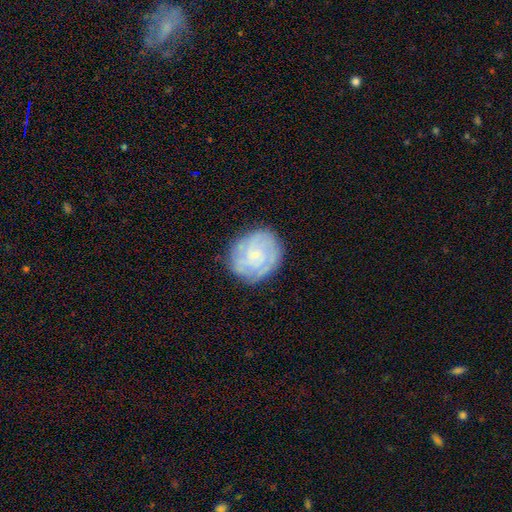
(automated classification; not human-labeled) Smooth or featured: featured or disk — 62% (smooth — 31%)
Edge-on disk: no — 98% (yes — 2%)
Bar: no — 78% (weak — 19%)
Spiral arms: yes — 81% (no — 19%)
Bulge size: small — 74% (moderate — 15%)
Merging: none — 80% (minor disturbance — 15%)